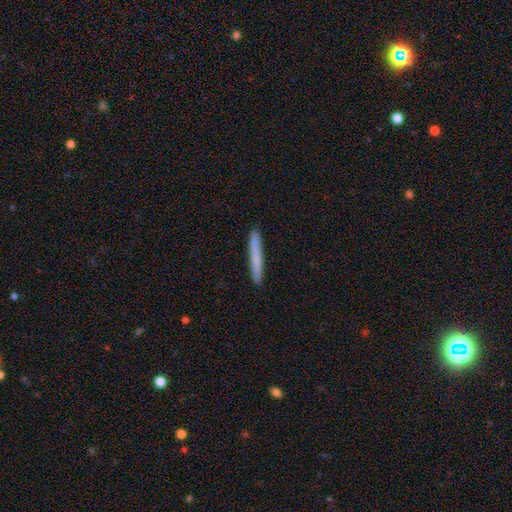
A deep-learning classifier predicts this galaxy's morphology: Overall: smooth (75%). How rounded: cigar-shaped (97%). Merging: none (91%).